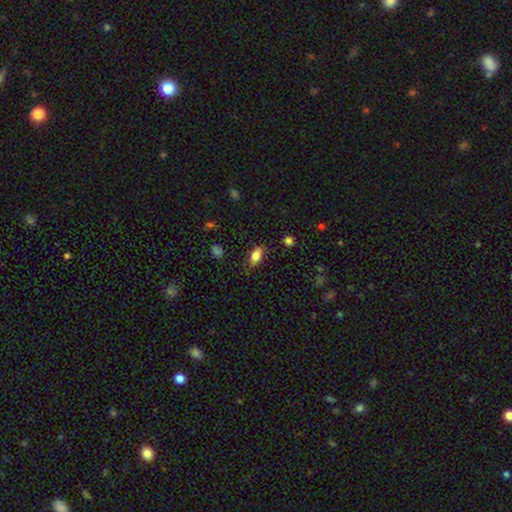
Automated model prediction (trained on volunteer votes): Q: Smooth or featured?
A: smooth (78%); runner-up: featured or disk (12%)
Q: How rounded?
A: in between (84%); runner-up: cigar-shaped (9%)
Q: Merging?
A: none (75%); runner-up: minor disturbance (19%)